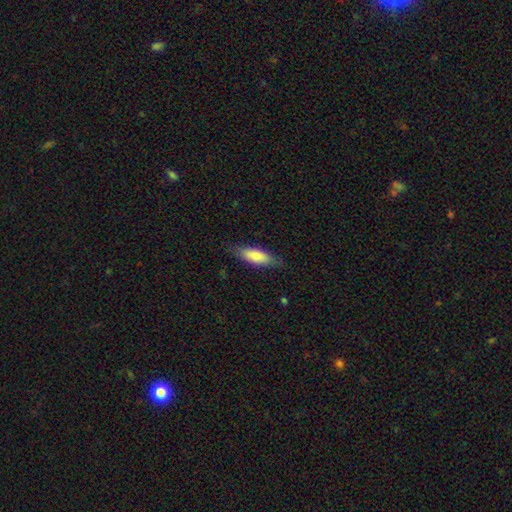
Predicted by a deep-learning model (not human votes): smooth 78%, featured or disk 16%, star or artifact 6%. Down the decision tree: how rounded — in between (62%); merging — none (78%).